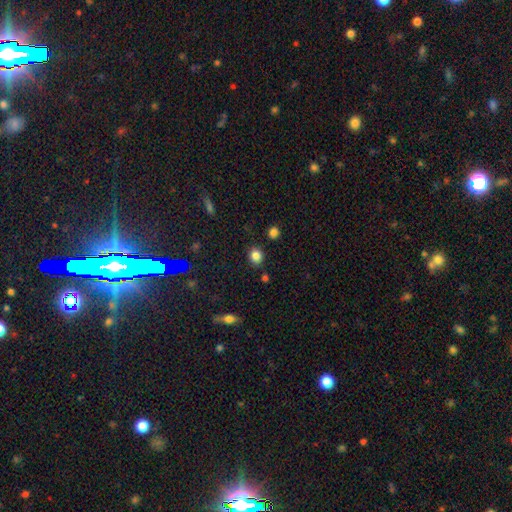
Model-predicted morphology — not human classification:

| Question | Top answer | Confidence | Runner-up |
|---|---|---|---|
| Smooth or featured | smooth | 83% | star or artifact (12%) |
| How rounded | round | 71% | in between (28%) |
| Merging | none | 86% | minor disturbance (8%) |